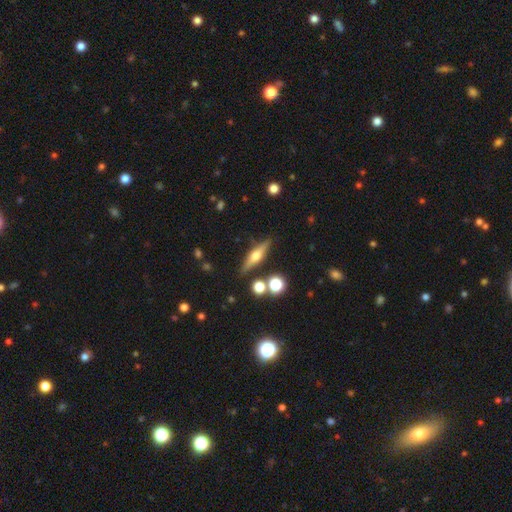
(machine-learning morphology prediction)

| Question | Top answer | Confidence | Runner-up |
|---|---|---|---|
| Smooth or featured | featured or disk | 61% | smooth (31%) |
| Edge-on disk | yes | 95% | no (5%) |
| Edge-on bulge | rounded | 93% | boxy (4%) |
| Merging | none | 83% | minor disturbance (9%) |